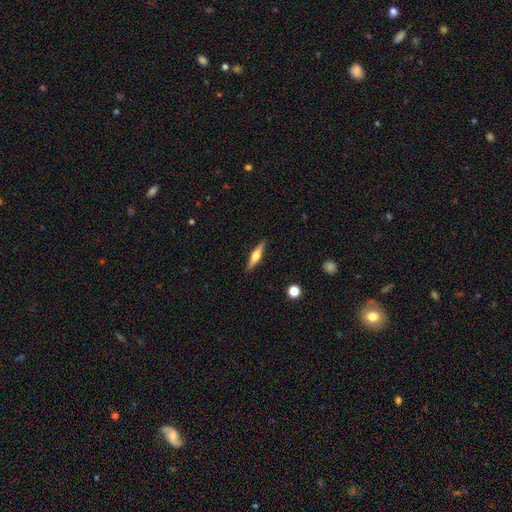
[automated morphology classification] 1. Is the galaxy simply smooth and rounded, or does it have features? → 61% featured or disk, 33% smooth, 6% star or artifact.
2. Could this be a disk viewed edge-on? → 97% yes, 3% no.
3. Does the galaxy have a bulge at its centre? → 91% rounded, 6% boxy, 3% none.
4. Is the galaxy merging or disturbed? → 90% none, 8% minor disturbance, 2% major disturbance, 1% merger.